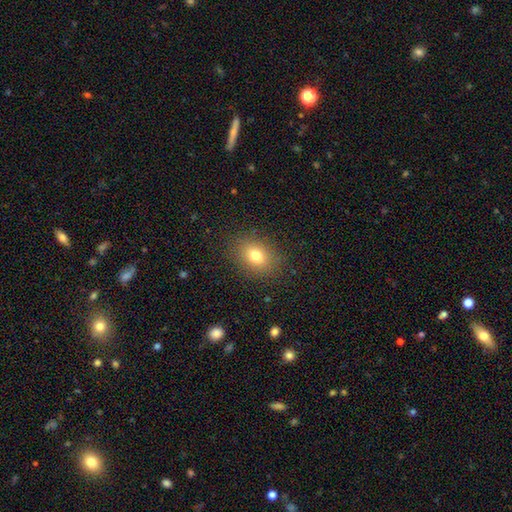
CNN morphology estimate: Q: Smooth or featured?
A: smooth (78%); runner-up: star or artifact (12%)
Q: How rounded?
A: in between (63%); runner-up: round (35%)
Q: Merging?
A: none (86%); runner-up: minor disturbance (9%)